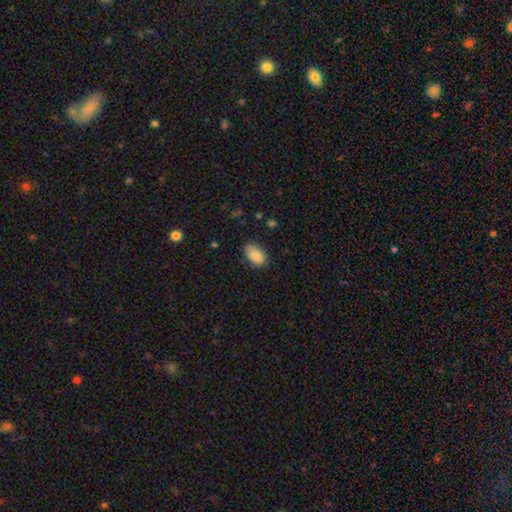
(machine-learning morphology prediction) Smooth or featured? Predicted: smooth (p=0.87). How rounded? Predicted: in between (p=0.92). Merging? Predicted: none (p=0.78).